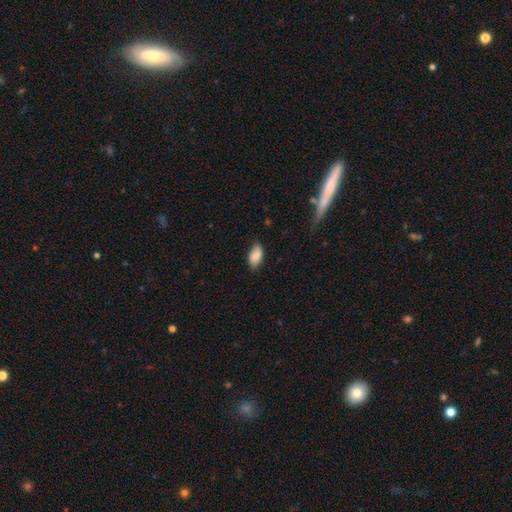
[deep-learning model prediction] Smooth or featured? Predicted: smooth (p=0.87). How rounded? Predicted: in between (p=0.94). Merging? Predicted: none (p=0.77).